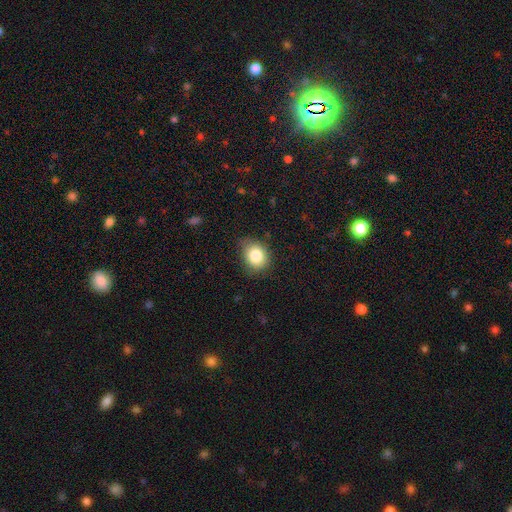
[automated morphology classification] type=smooth (82%); roundness=round (56%); merging=none (75%).